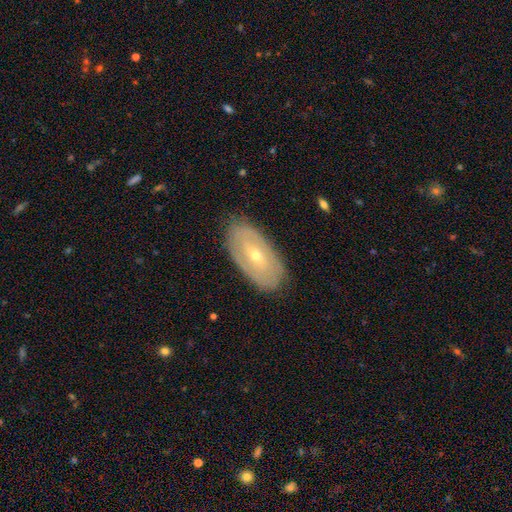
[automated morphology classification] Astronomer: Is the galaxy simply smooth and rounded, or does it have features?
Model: featured or disk — 62%.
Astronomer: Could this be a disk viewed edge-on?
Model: no — 89%.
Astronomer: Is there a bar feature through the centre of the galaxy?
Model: no — 49% (runner-up: weak, 34%).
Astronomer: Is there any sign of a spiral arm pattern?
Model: no — 54% (runner-up: yes, 46%).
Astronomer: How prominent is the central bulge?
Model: small — 61% (runner-up: moderate, 36%).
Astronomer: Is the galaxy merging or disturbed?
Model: none — 82%.